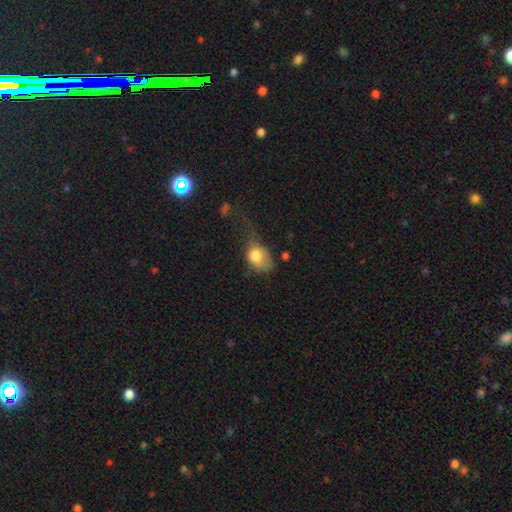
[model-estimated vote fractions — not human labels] smooth-or-featured: smooth: 75% | featured or disk: 16% | star or artifact: 9%
  how-rounded: in between: 70% | round: 28% | cigar-shaped: 2%
  merging: major disturbance: 47% | minor disturbance: 29% | none: 20% | merger: 5%